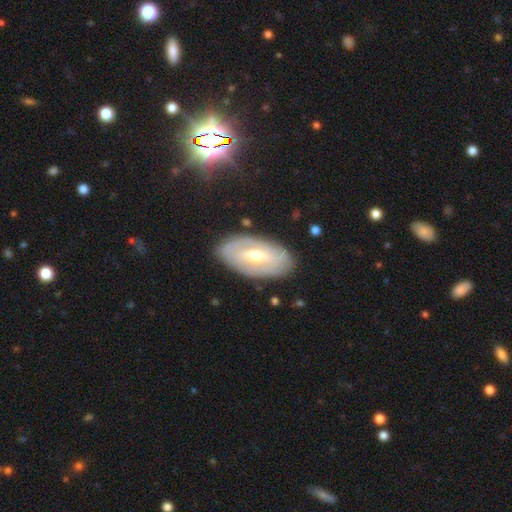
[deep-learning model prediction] Smooth or featured? Predicted: featured or disk (p=0.72). Edge-on disk? Predicted: no (p=0.90). Bar? Predicted: weak (p=0.43). Spiral arms? Predicted: yes (p=0.64). Bulge size? Predicted: moderate (p=0.67). Merging? Predicted: none (p=0.81).